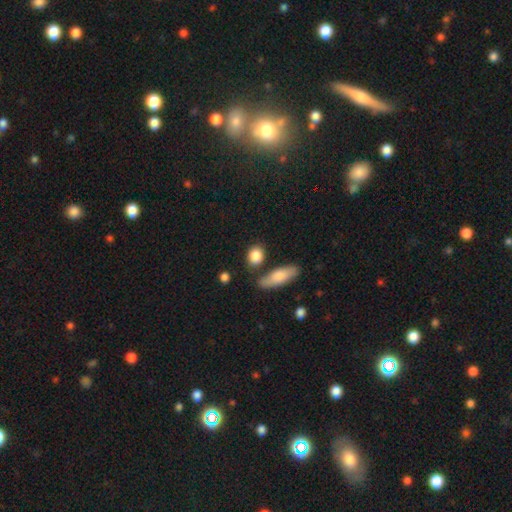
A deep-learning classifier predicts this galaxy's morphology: Smooth or featured?
  - smooth: 86% *
  - star or artifact: 7%
  - featured or disk: 7%
How rounded?
  - in between: 53% *
  - round: 42%
  - cigar-shaped: 5%
Merging?
  - none: 72% *
  - minor disturbance: 14%
  - merger: 10%
  - major disturbance: 4%